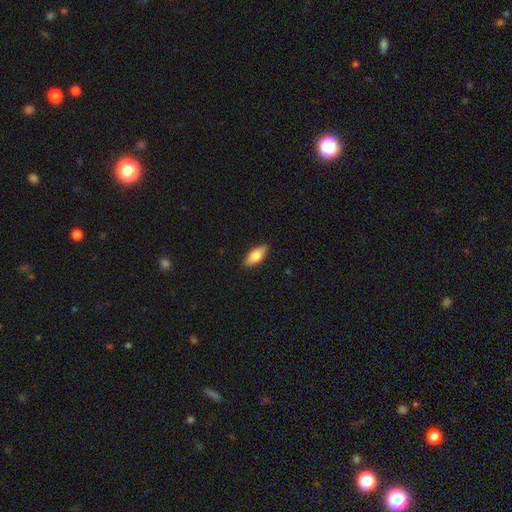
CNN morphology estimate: smooth_or_featured: smooth (p=0.71) [alt: featured or disk p=0.23]
how_rounded: in between (p=0.79) [alt: cigar-shaped p=0.18]
merging: none (p=0.88) [alt: minor disturbance p=0.09]